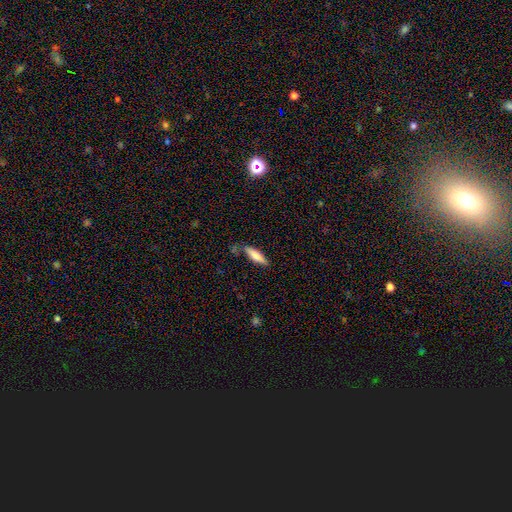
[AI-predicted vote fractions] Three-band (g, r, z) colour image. It shows a smooth galaxy with no disk features (75%) that is cigar-shaped (66%). Merging: none (74%).